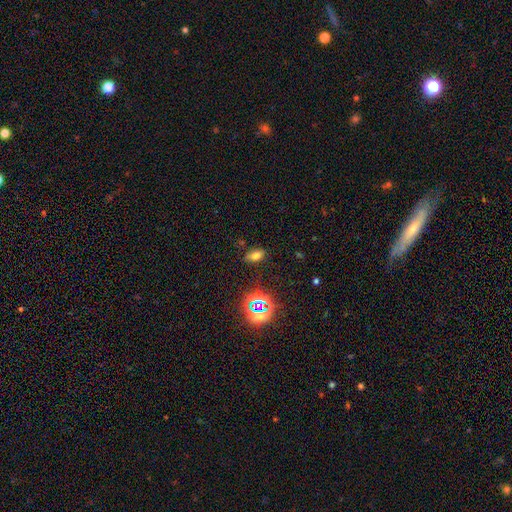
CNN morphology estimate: This is likely a smooth galaxy (63%). How rounded: clearly in between (86%). Merging: clearly none (83%).